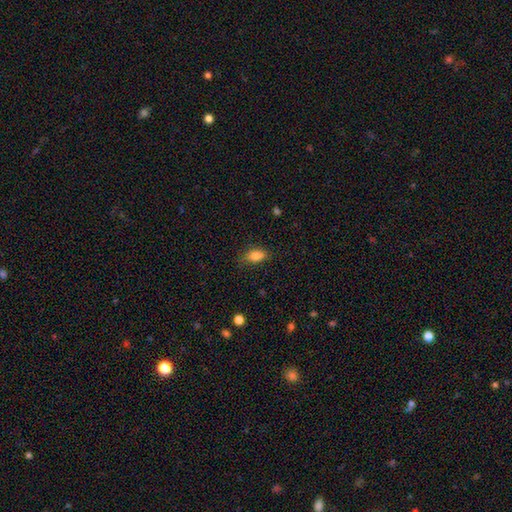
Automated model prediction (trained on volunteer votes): smooth 83%, star or artifact 9%, featured or disk 8%. Down the decision tree: how rounded — in between (86%); merging — none (77%).